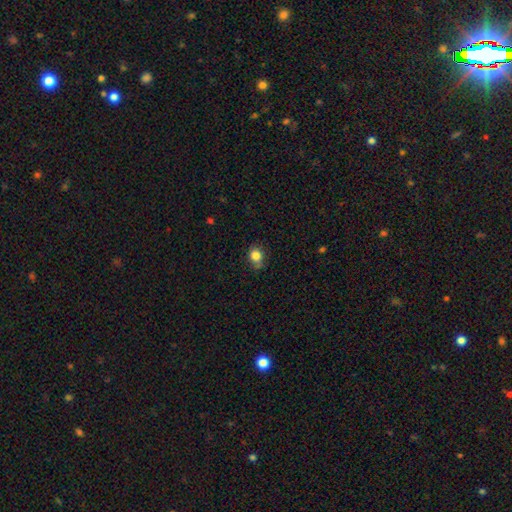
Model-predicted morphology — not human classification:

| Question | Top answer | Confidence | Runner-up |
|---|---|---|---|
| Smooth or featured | smooth | 83% | star or artifact (11%) |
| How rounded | round | 61% | in between (38%) |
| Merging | none | 69% | minor disturbance (24%) |